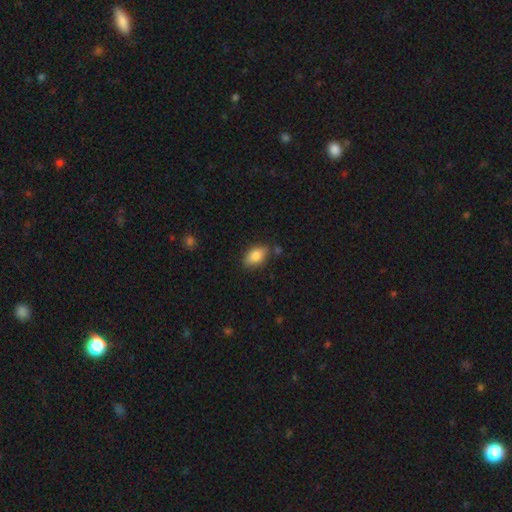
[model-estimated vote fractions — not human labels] smooth-or-featured: smooth: 82% | featured or disk: 11% | star or artifact: 7%
  how-rounded: in between: 88% | round: 8% | cigar-shaped: 4%
  merging: none: 77% | minor disturbance: 16% | merger: 4% | major disturbance: 3%